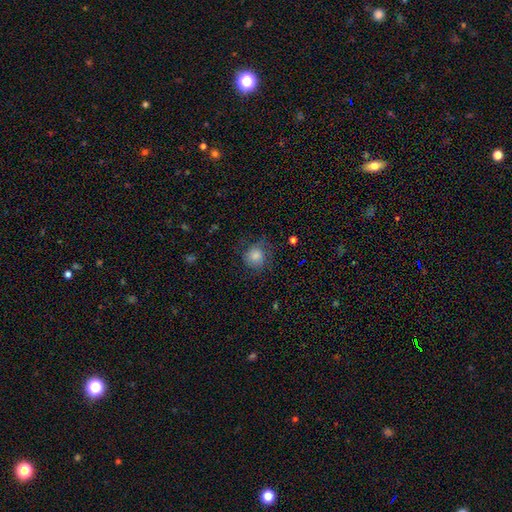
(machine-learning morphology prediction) A smooth galaxy with no disk features (76%) that is round (84%).

Vote fractions:
- Smooth or featured? smooth: 76% / featured or disk: 15% / star or artifact: 9%
- How rounded? round: 84% / in between: 15% / cigar-shaped: 1%
- Merging? none: 63% / minor disturbance: 22% / major disturbance: 13% / merger: 1%